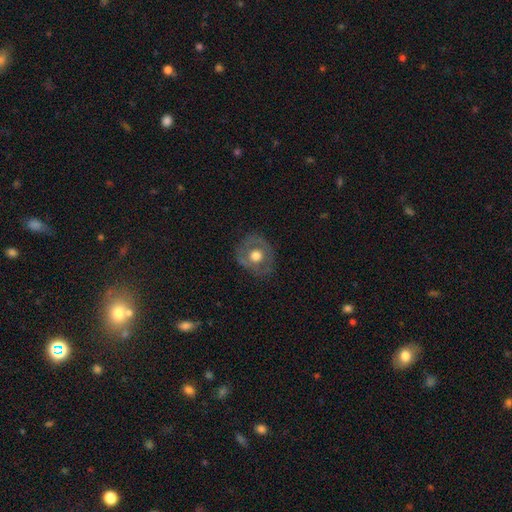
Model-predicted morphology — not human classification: A smooth galaxy with no disk features (47%).

Vote fractions:
- Smooth or featured? smooth: 47% / featured or disk: 46% / star or artifact: 7%
- Merging? none: 77% / minor disturbance: 16% / major disturbance: 6% / merger: 1%